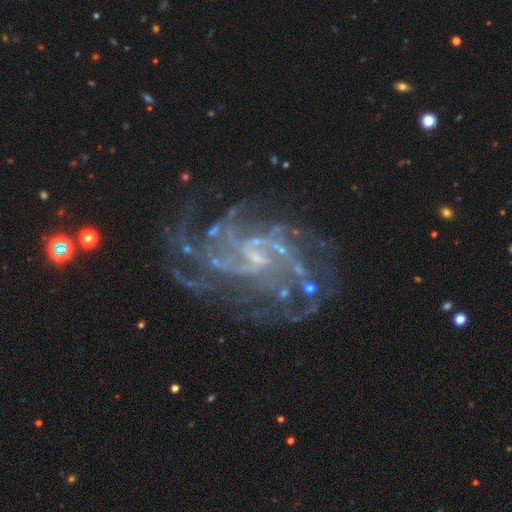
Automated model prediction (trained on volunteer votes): This appears to be a featured or disk galaxy (88%) with a weak bar (46%), can't tell (23%, tied with 4) tight (44%) spiral arms (96%) and a small central bulge (61%). Merging: none (67%).